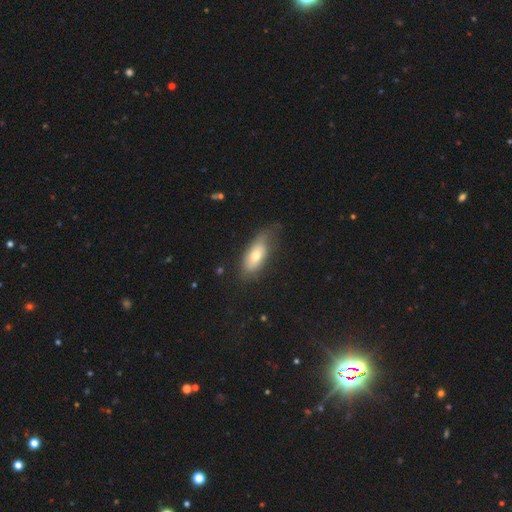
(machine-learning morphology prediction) Smooth or featured? Predicted: smooth (p=0.64). How rounded? Predicted: in between (p=0.75). Merging? Predicted: none (p=0.54).